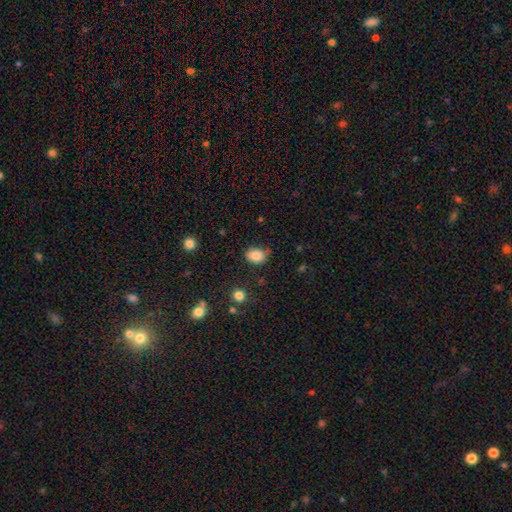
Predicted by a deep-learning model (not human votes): This appears to be a smooth galaxy with no disk features (85%) that is in between round and cigar-shaped (68%). Merging: none (70%).